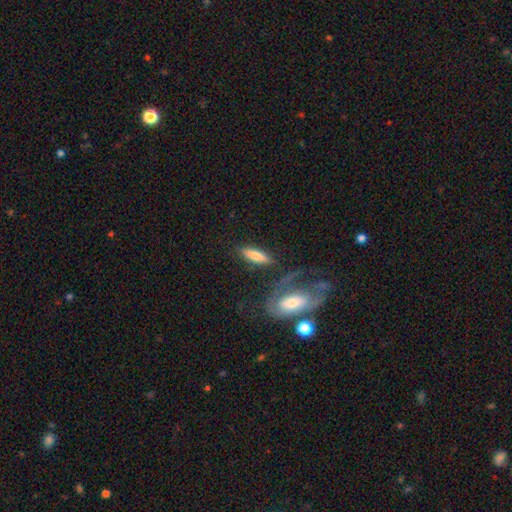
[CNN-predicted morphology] smooth 75%, featured or disk 19%, star or artifact 6%. Down the decision tree: how rounded — cigar-shaped (60%); merging — none (76%).